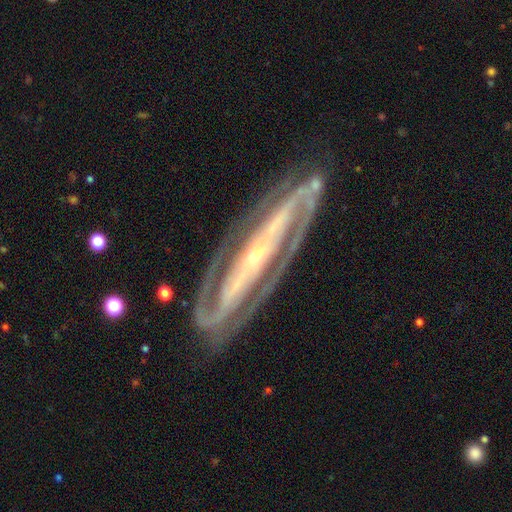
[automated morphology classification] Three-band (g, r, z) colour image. It shows a featured or disk galaxy (91%) with a strong bar (60%), 2 (83%) tight (54%) spiral arms (97%) and a small central bulge (74%). Merging: none (81%).